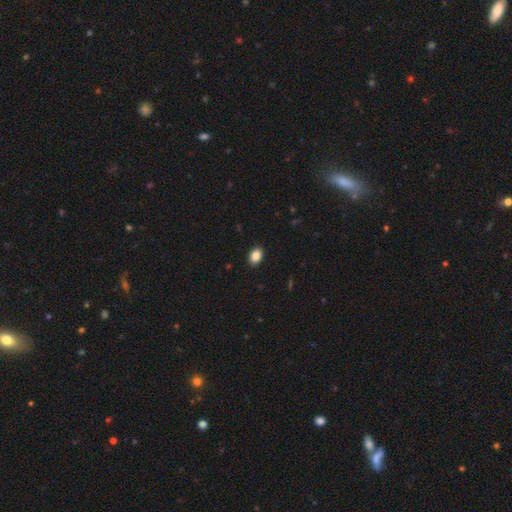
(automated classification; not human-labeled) This appears to be a smooth galaxy with no disk features (87%) that is in between round and cigar-shaped (79%). Merging: none (90%).